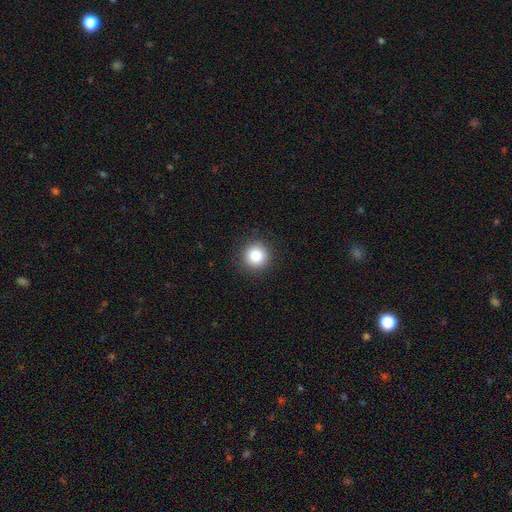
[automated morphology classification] type=smooth (85%); roundness=round (95%); merging=none (91%).